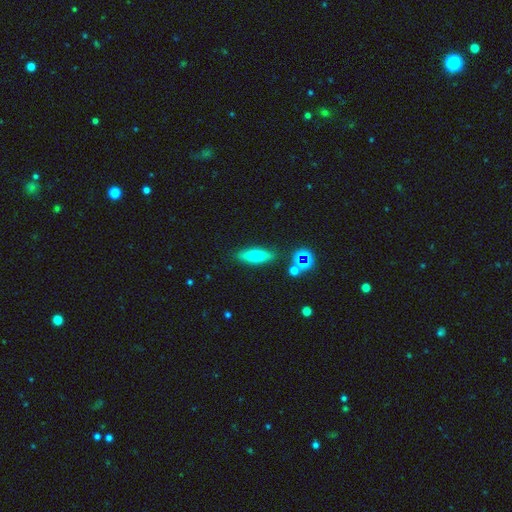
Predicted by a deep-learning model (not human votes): Smooth or featured?
  - smooth: 61% *
  - featured or disk: 29%
  - star or artifact: 10%
How rounded?
  - cigar-shaped: 50% *
  - in between: 46%
  - round: 4%
Merging?
  - none: 85% *
  - minor disturbance: 9%
  - merger: 3%
  - major disturbance: 2%